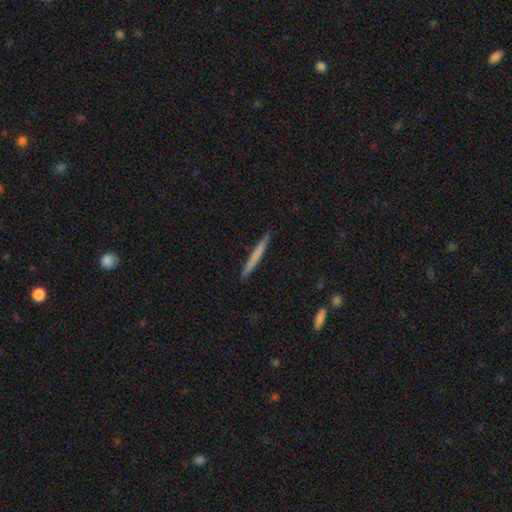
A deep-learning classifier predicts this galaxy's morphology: Smooth or featured? Predicted: smooth (p=0.63). How rounded? Predicted: cigar-shaped (p=0.97). Merging? Predicted: none (p=0.90).